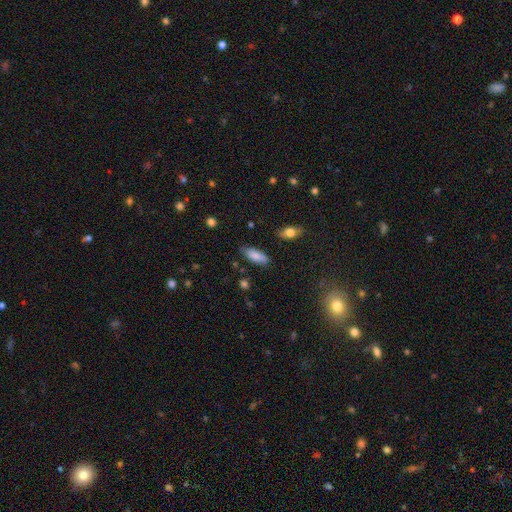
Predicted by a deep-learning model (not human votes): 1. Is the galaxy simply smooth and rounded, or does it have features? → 84% smooth, 9% featured or disk, 7% star or artifact.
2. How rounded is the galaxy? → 75% in between, 23% cigar-shaped, 2% round.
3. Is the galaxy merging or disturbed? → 80% none, 15% minor disturbance, 3% major disturbance, 2% merger.